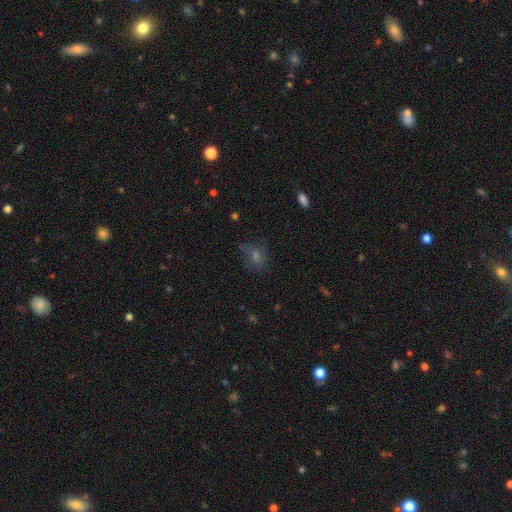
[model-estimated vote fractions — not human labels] The model was most divided on "smooth or featured": smooth: 41%, star or artifact: 31%, featured or disk: 28%. More confident: merging — none (63%).